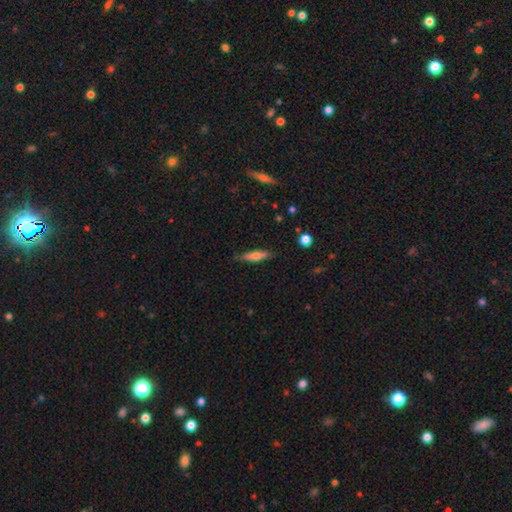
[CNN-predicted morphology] Smooth or featured: smooth — 65% (featured or disk — 28%)
How rounded: cigar-shaped — 74% (in between — 24%)
Merging: none — 81% (minor disturbance — 15%)